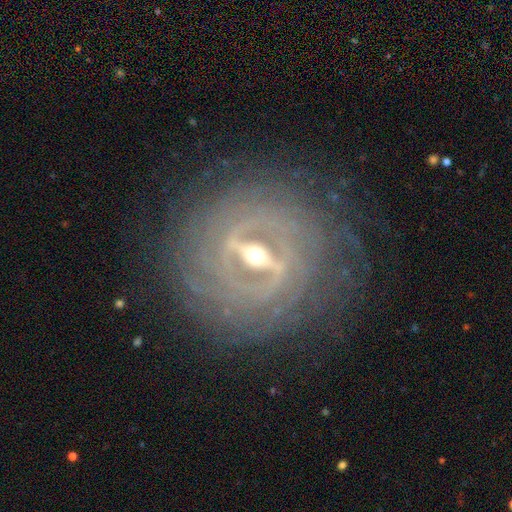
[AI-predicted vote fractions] This appears to be a featured or disk galaxy (91%) with a strong bar (73%), tight (84%) spiral arms (91%) and a moderate central bulge (55%). Merging: none (83%).